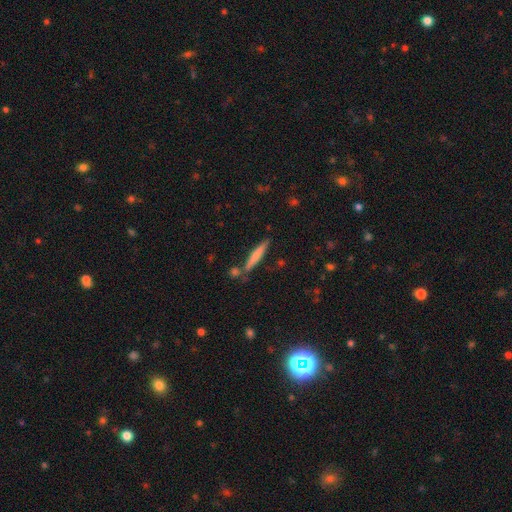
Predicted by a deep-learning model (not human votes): Smooth or featured: smooth — 64% (featured or disk — 30%)
How rounded: cigar-shaped — 94% (in between — 5%)
Merging: none — 78% (minor disturbance — 11%)